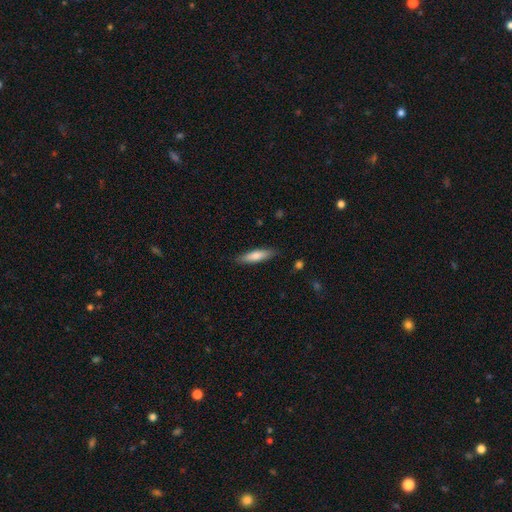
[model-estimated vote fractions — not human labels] This is likely a smooth galaxy (74%). How rounded: likely cigar-shaped (72%). Merging: clearly none (87%).